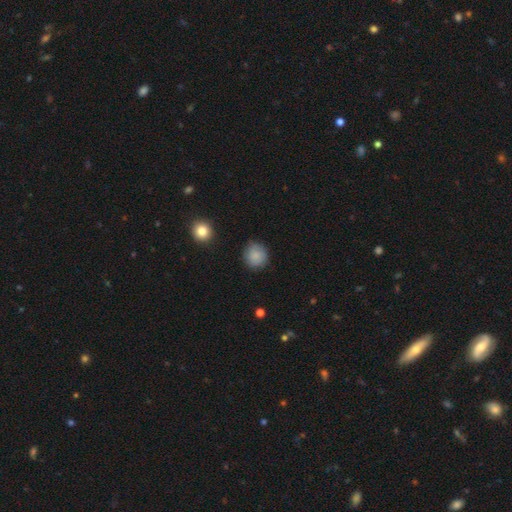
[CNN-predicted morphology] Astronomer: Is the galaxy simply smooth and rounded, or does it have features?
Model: smooth — 86%.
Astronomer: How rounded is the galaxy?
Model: round — 89%.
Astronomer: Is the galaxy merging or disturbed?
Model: none — 83%.